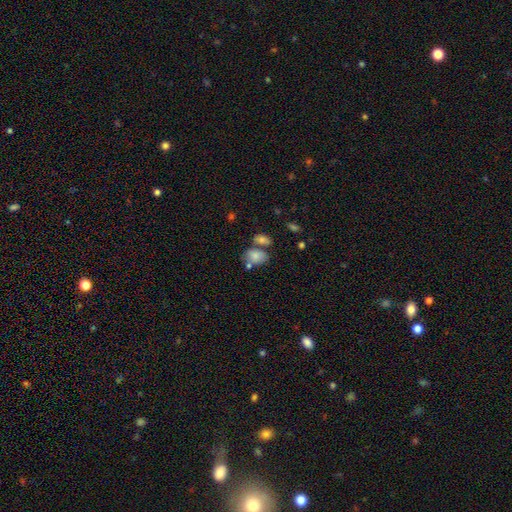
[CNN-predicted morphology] smooth 78%, featured or disk 13%, star or artifact 9%. Down the decision tree: how rounded — in between (75%); merging — none (42%).